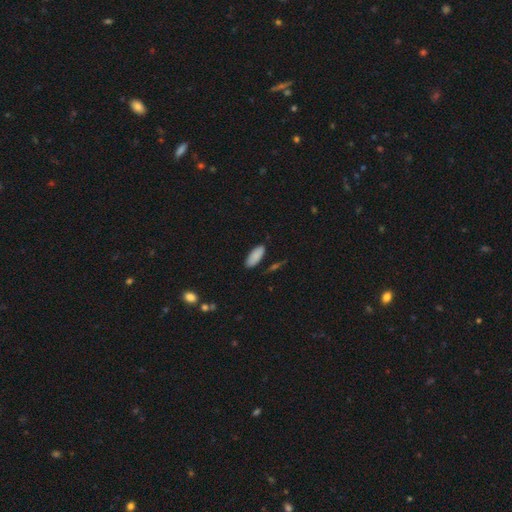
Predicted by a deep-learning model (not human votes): Morphology: type=smooth (88%); roundness=in between (80%); merging=none (82%).